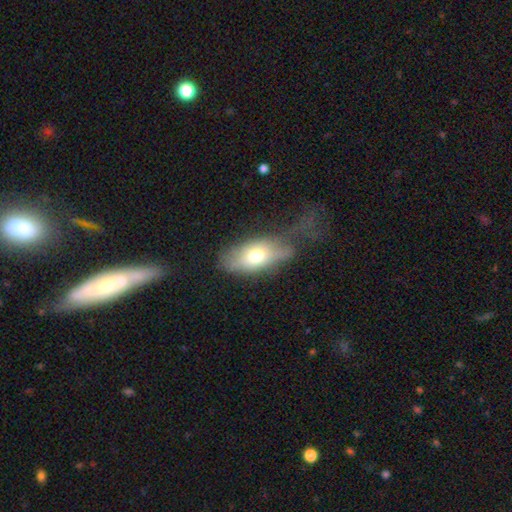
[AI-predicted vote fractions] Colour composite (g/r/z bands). It shows a smooth galaxy with no disk features (66%) that is in between round and cigar-shaped (86%). Merging: major disturbance (38%).